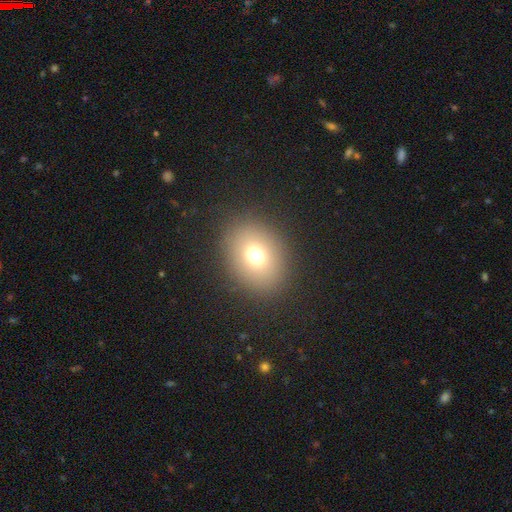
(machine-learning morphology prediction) Overall: smooth (71%). How rounded: in between (54%; round 45%). Merging: none (86%).